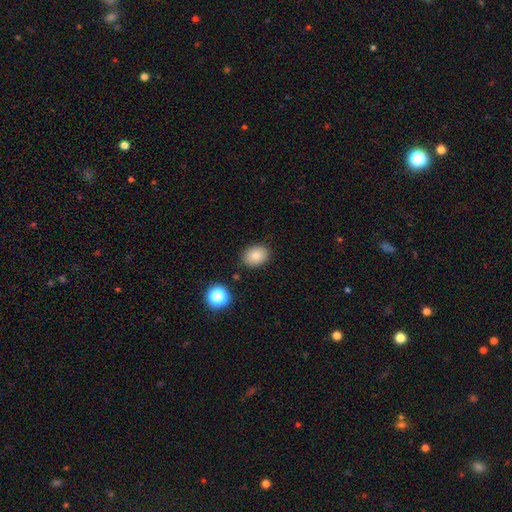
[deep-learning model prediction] Smooth or featured? Predicted: smooth (p=0.83). How rounded? Predicted: in between (p=0.68). Merging? Predicted: none (p=0.86).